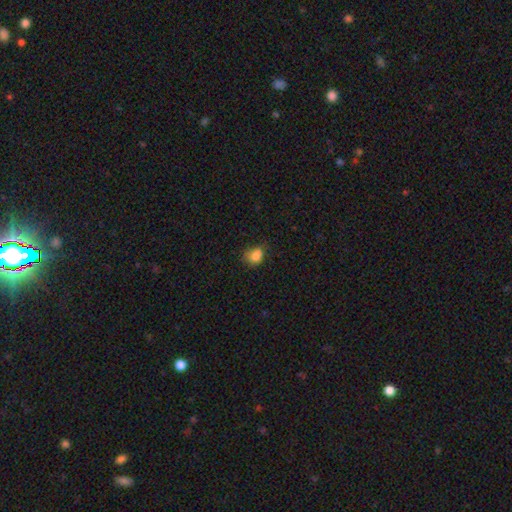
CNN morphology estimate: Overall: smooth (80%). How rounded: round (51%; in between 48%). Merging: none (45%; minor disturbance 31%).